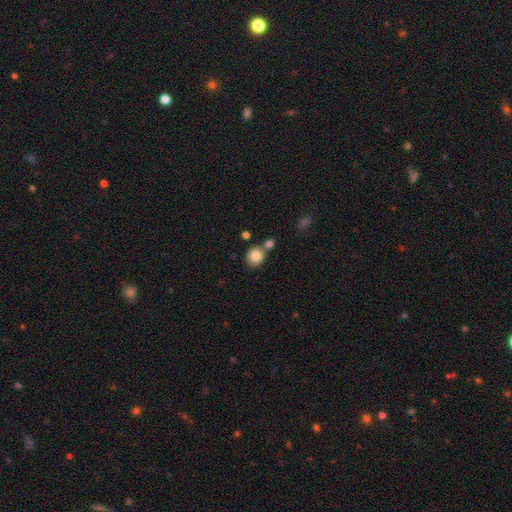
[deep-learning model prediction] This is clearly a smooth galaxy (84%). How rounded: clearly round (85%). Merging: likely none (62%).